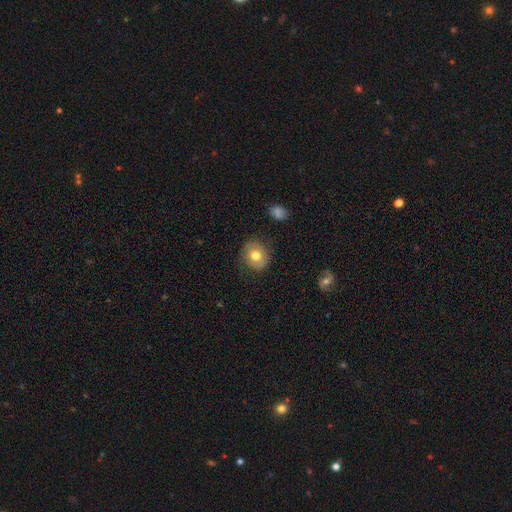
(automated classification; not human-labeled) This appears to be a smooth galaxy with no disk features (72%) that is round (77%). Merging: none (83%).